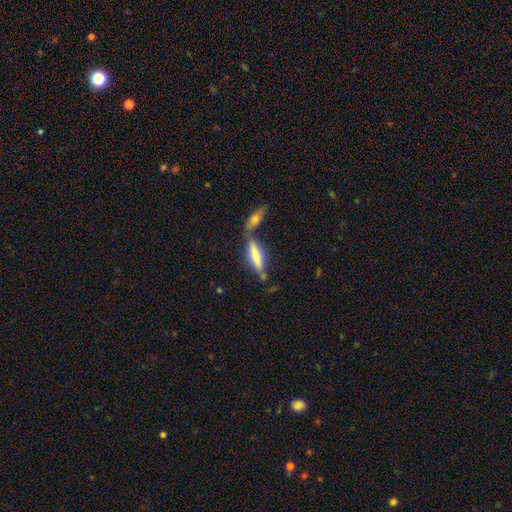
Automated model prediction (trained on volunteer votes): A smooth galaxy with no disk features (72%) that is cigar-shaped (68%).

Vote fractions:
- Smooth or featured? smooth: 72% / featured or disk: 22% / star or artifact: 7%
- How rounded? cigar-shaped: 68% / in between: 30% / round: 2%
- Merging? none: 54% / merger: 28% / minor disturbance: 13% / major disturbance: 5%